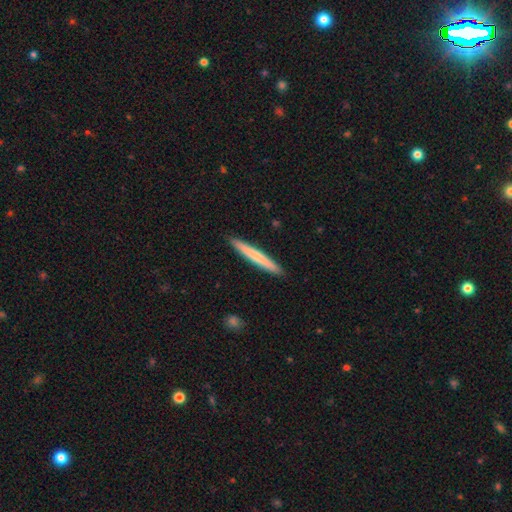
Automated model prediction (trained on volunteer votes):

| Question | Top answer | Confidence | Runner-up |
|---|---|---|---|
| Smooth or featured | smooth | 65% | featured or disk (30%) |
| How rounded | cigar-shaped | 97% | in between (2%) |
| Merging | none | 92% | minor disturbance (5%) |